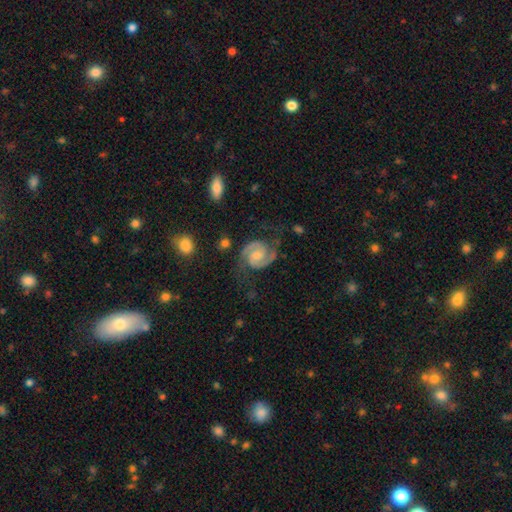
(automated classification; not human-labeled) smooth_or_featured: featured or disk (p=0.90) [alt: star or artifact p=0.05]
disk_edge_on: no (p=0.98) [alt: yes p=0.02]
bar: no (p=0.52) [alt: weak p=0.38]
has_spiral_arms: yes (p=0.98) [alt: no p=0.02]
spiral_winding: medium (p=0.53) [alt: tight p=0.36]
spiral_arm_count: 2 (p=0.94) [alt: can't tell p=0.02]
bulge_size: moderate (p=0.46) [alt: small p=0.40]
merging: none (p=0.74) [alt: minor disturbance p=0.17]